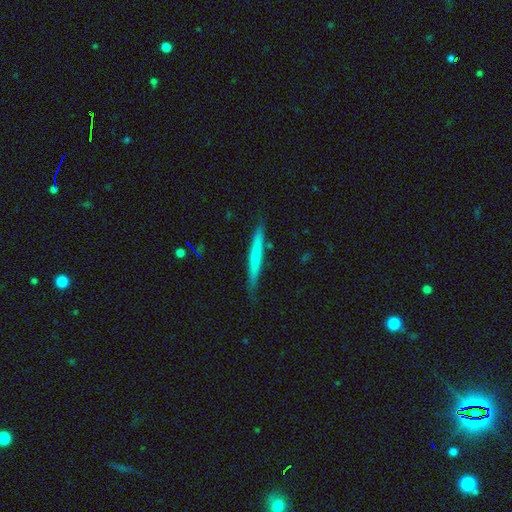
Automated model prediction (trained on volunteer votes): The model was most divided on "smooth or featured": smooth: 58%, featured or disk: 37%, star or artifact: 6%. More confident: how rounded — cigar-shaped (97%); merging — none (86%).